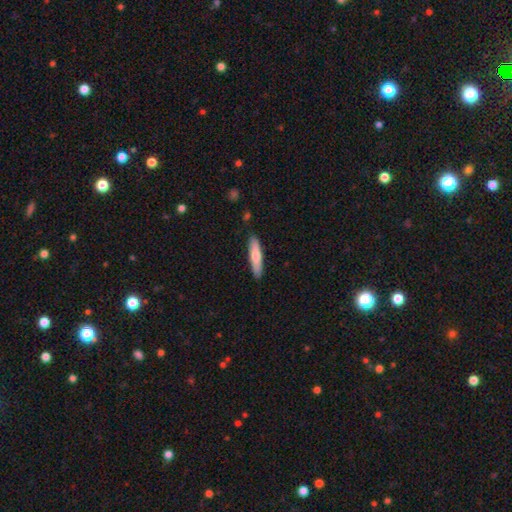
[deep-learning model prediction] Morphology: type=smooth (70%); roundness=cigar-shaped (83%); merging=none (87%).